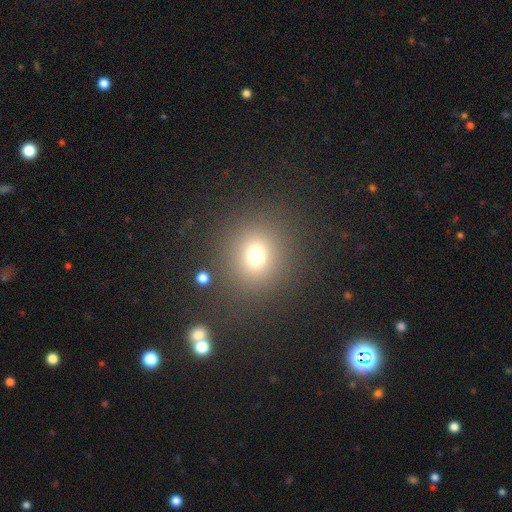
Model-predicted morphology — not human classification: A smooth galaxy with no disk features (71%) that is round (86%). Merging: none (85%).